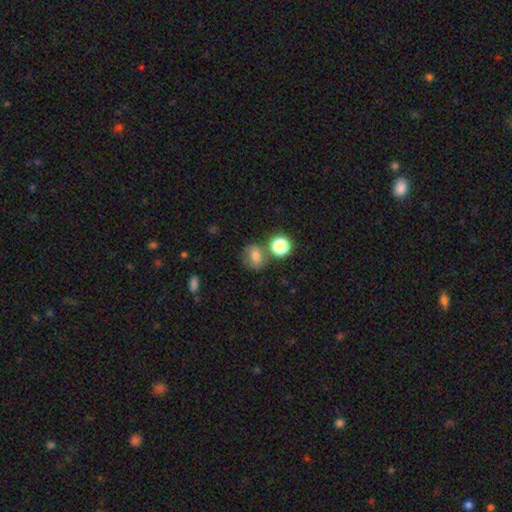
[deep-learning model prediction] Overall: smooth (72%). How rounded: round (68%; in between 31%). Merging: none (61%).